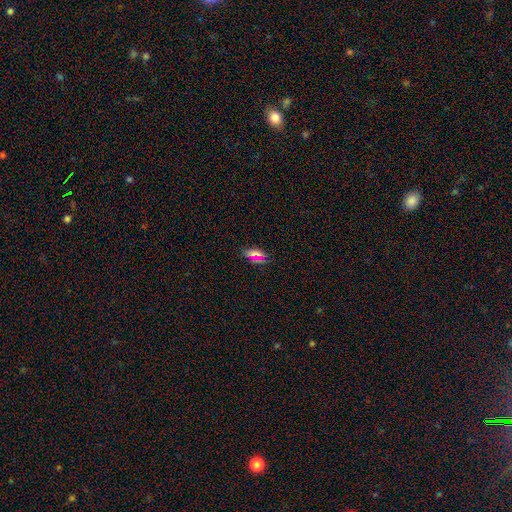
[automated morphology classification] Smooth or featured? Predicted: smooth (p=0.65). How rounded? Predicted: in between (p=0.82). Merging? Predicted: none (p=0.82).